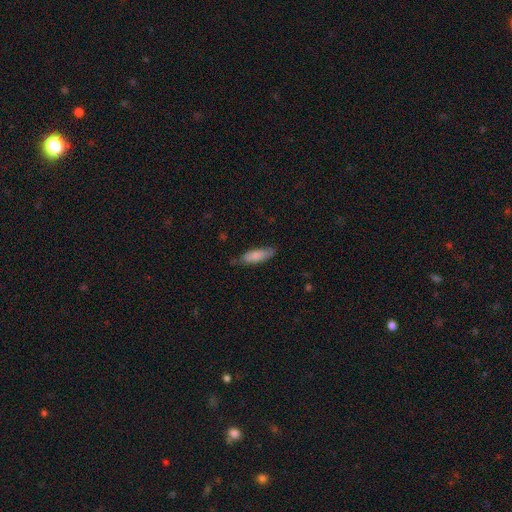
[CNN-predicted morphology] smooth_or_featured: smooth (p=0.82) [alt: featured or disk p=0.12]
how_rounded: in between (p=0.56) [alt: cigar-shaped p=0.42]
merging: none (p=0.70) [alt: minor disturbance p=0.24]